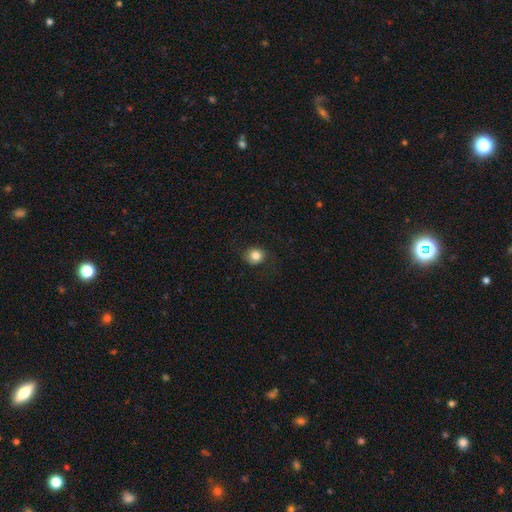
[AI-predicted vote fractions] smooth_or_featured: smooth (p=0.83) [alt: star or artifact p=0.10]
how_rounded: round (p=0.81) [alt: in between p=0.18]
merging: none (p=0.83) [alt: minor disturbance p=0.12]